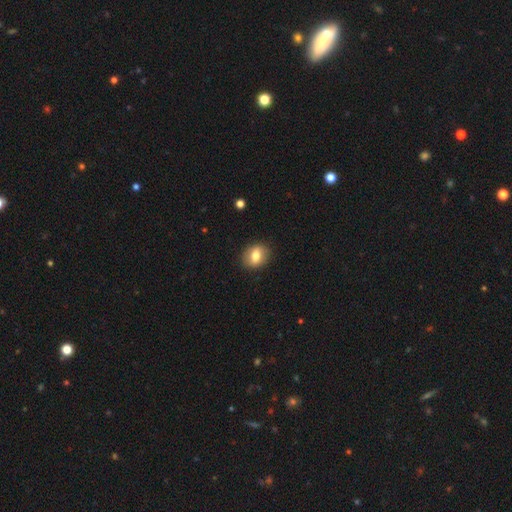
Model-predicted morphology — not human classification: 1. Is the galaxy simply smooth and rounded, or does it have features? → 75% smooth, 17% featured or disk, 9% star or artifact.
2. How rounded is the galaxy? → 50% in between, 48% round, 1% cigar-shaped.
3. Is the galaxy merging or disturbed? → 88% none, 9% minor disturbance, 2% major disturbance, 1% merger.